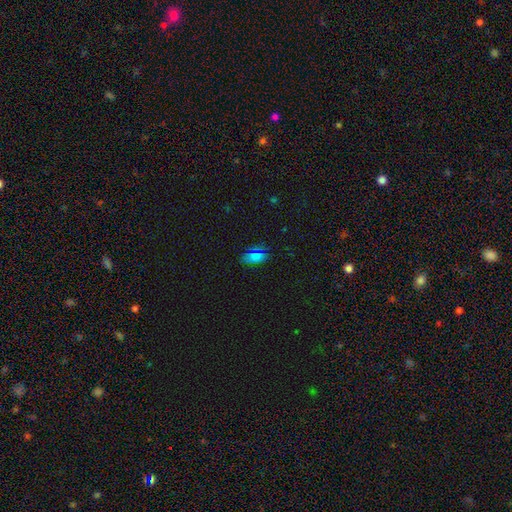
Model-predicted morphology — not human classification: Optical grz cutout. It shows a smooth galaxy with no disk features (65%) that is in between round and cigar-shaped (88%). Merging: none (79%).